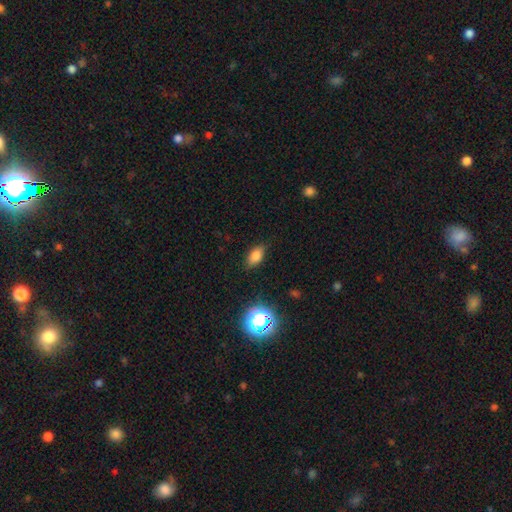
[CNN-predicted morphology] smooth 77%, star or artifact 15%, featured or disk 8%. Down the decision tree: how rounded — in between (87%); merging — none (81%).